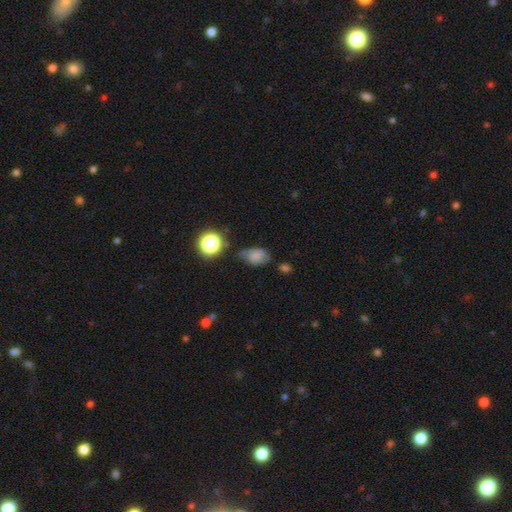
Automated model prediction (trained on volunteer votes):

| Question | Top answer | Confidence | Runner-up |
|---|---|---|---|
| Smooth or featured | smooth | 68% | featured or disk (17%) |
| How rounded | in between | 79% | round (20%) |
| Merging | none | 54% | minor disturbance (32%) |